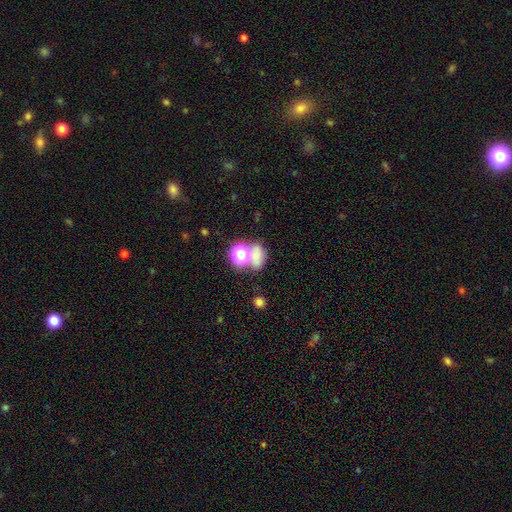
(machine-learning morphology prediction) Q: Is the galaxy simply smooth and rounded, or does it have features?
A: smooth — 63%.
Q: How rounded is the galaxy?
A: in between — 52%.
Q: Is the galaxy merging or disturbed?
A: none — 44%.